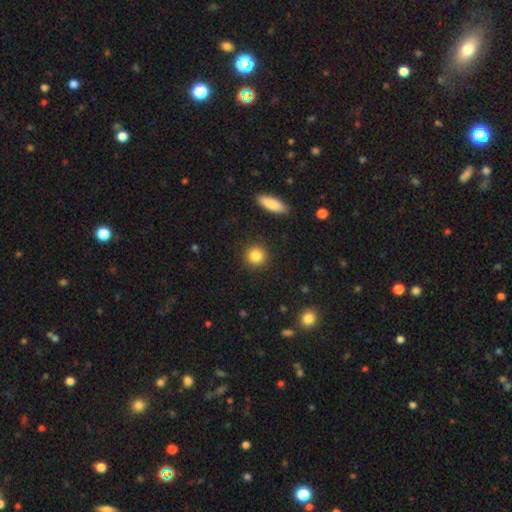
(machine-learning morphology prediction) This is clearly a smooth galaxy (86%). How rounded: clearly round (90%). Merging: clearly none (91%).